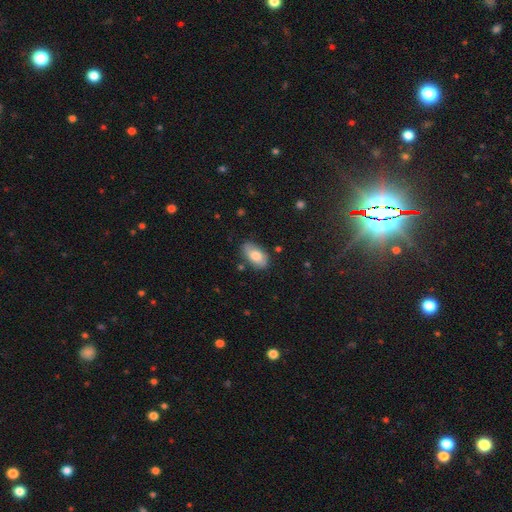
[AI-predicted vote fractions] smooth 74%, featured or disk 19%, star or artifact 7%. Down the decision tree: how rounded — in between (93%); merging — none (77%).